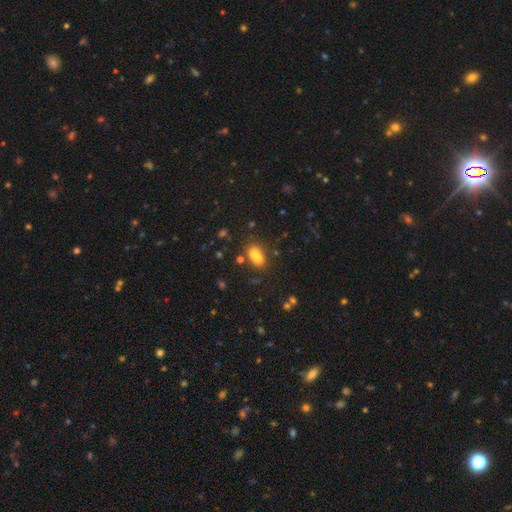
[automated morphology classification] A smooth galaxy with no disk features (78%) that is in between round and cigar-shaped (81%).

Vote fractions:
- Smooth or featured? smooth: 78% / star or artifact: 12% / featured or disk: 10%
- How rounded? in between: 81% / cigar-shaped: 10% / round: 9%
- Merging? none: 62% / minor disturbance: 16% / merger: 16% / major disturbance: 6%